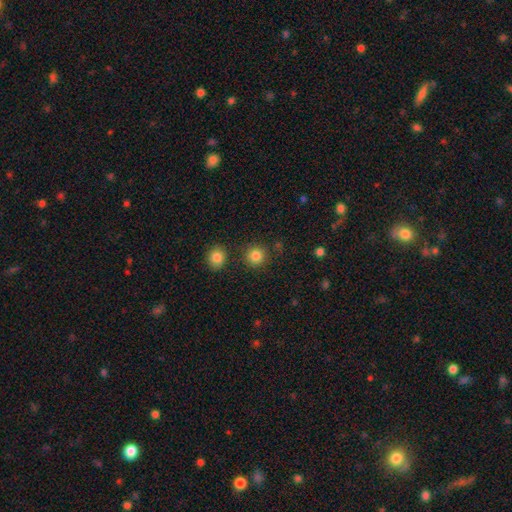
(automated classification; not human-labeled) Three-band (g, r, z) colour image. It shows a smooth galaxy with no disk features (84%) that is round (92%). Merging: none (86%).